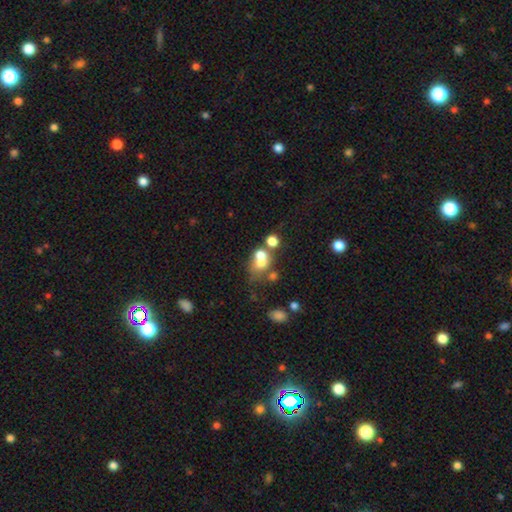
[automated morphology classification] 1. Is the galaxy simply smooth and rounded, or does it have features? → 50% smooth, 29% star or artifact, 20% featured or disk.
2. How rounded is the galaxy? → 50% round, 46% in between, 3% cigar-shaped.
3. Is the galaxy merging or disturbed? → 39% merger (tied), 39% none (tied), 12% minor disturbance, 10% major disturbance.